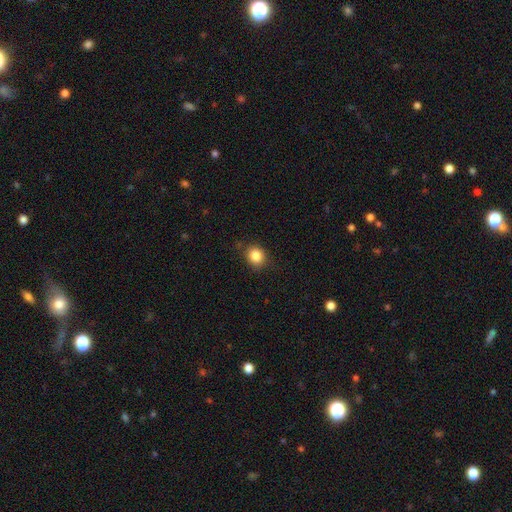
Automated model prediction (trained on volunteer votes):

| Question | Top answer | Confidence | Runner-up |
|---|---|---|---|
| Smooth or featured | smooth | 85% | star or artifact (10%) |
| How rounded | round | 74% | in between (25%) |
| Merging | none | 83% | minor disturbance (13%) |